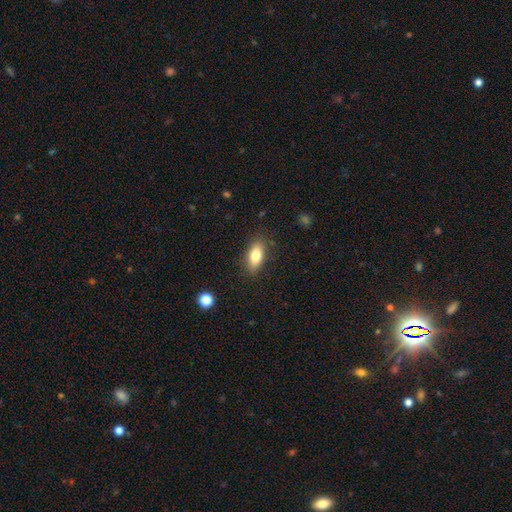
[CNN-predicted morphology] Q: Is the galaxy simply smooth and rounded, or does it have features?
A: smooth — 79%.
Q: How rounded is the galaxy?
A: in between — 83%.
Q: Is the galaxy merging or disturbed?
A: none — 85%.